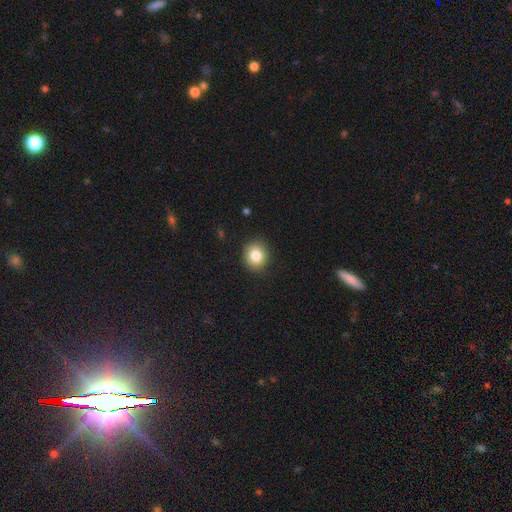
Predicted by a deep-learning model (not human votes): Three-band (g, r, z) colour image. It shows a smooth galaxy with no disk features (83%) that is round (82%). Merging: none (90%).